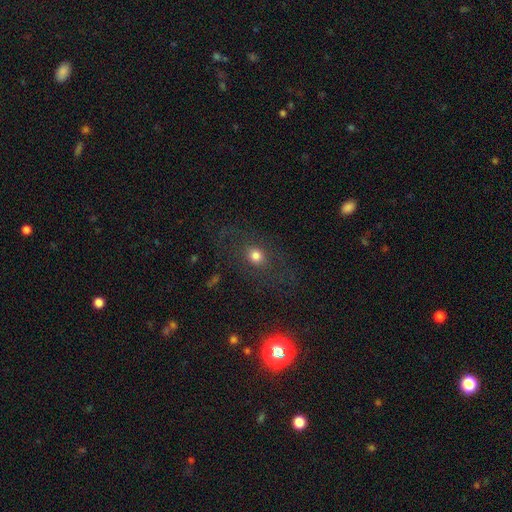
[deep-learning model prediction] A smooth galaxy with no disk features (63%) that is round (57%).

Vote fractions:
- Smooth or featured? smooth: 63% / featured or disk: 23% / star or artifact: 14%
- How rounded? round: 57% / in between: 40% / cigar-shaped: 2%
- Merging? none: 71% / major disturbance: 14% / minor disturbance: 13% / merger: 2%